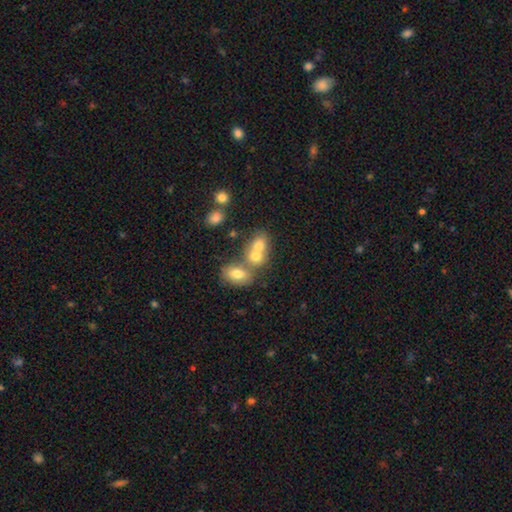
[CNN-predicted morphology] Smooth or featured: smooth — 68% (featured or disk — 18%)
How rounded: in between — 51% (round — 47%)
Merging: merger — 61% (none — 28%)